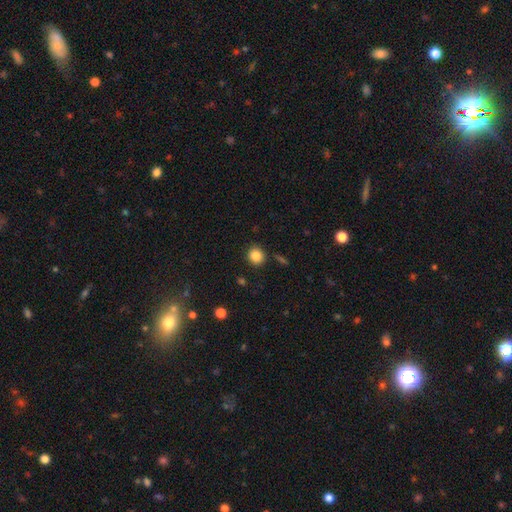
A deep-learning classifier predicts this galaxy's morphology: Smooth or featured? smooth (86%)
How rounded? round (87%)
Merging? none (88%)